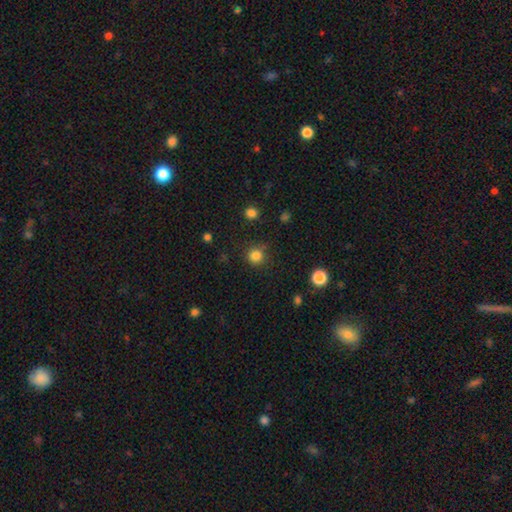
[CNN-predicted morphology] Q: Smooth or featured?
A: smooth (83%); runner-up: star or artifact (13%)
Q: How rounded?
A: round (93%); runner-up: in between (6%)
Q: Merging?
A: none (85%); runner-up: minor disturbance (10%)